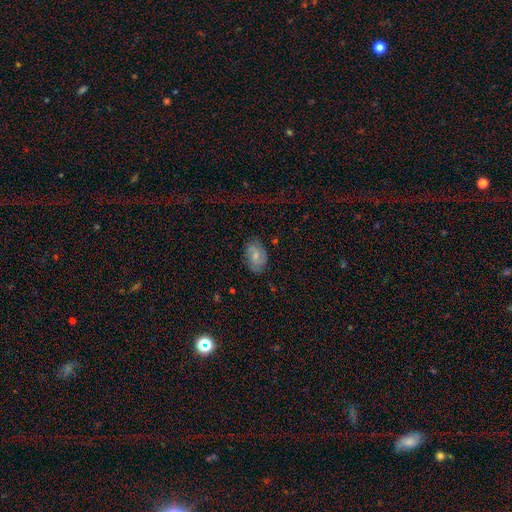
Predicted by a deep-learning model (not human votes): A featured or disk galaxy (51%). Merging: none (76%).